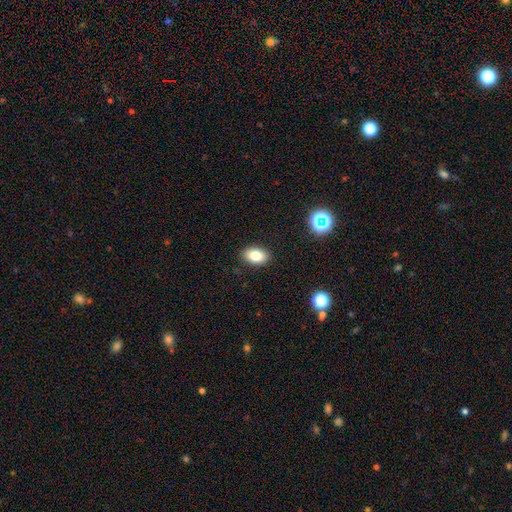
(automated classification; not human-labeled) This is clearly a smooth galaxy (82%). How rounded: clearly in between (88%). Merging: clearly none (89%).